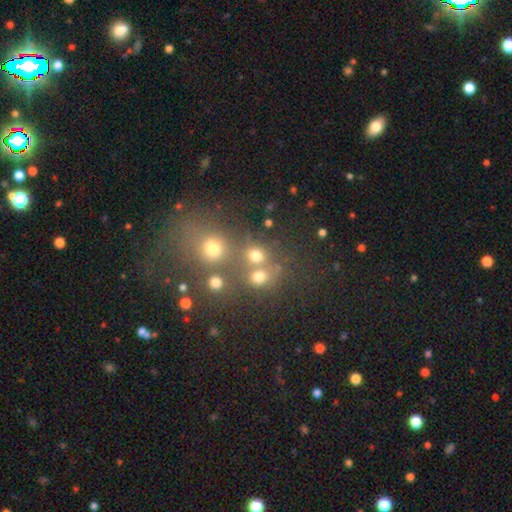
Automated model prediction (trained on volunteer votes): Q: Smooth or featured?
A: smooth (72%); runner-up: star or artifact (20%)
Q: How rounded?
A: round (83%); runner-up: in between (15%)
Q: Merging?
A: none (57%); runner-up: merger (30%)